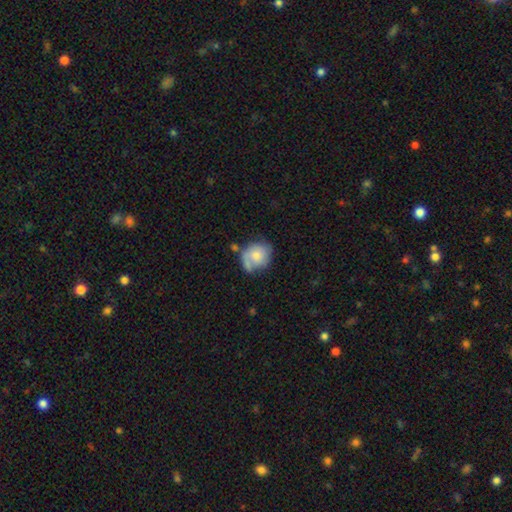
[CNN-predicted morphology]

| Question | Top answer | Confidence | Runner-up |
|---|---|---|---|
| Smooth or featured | smooth | 58% | featured or disk (35%) |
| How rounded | round | 68% | in between (31%) |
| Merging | none | 47% | minor disturbance (29%) |